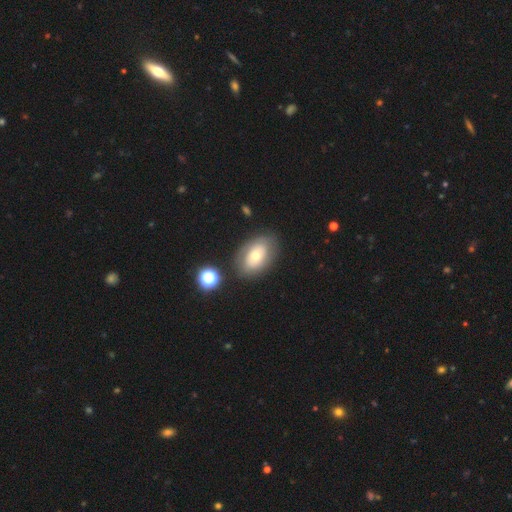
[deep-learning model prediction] Smooth or featured? smooth (51%)
How rounded? in between (84%)
Merging? none (76%)